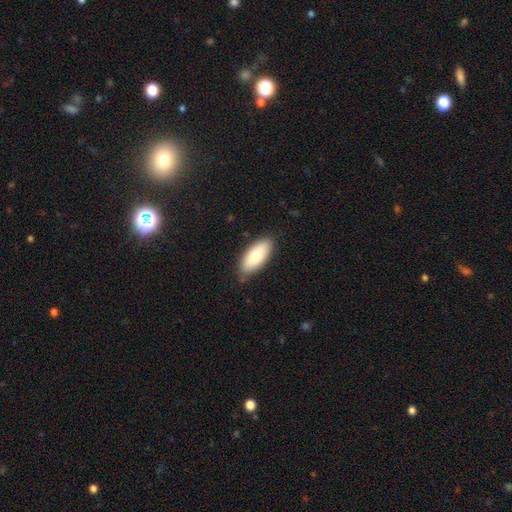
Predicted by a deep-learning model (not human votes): This is likely a smooth galaxy (79%). How rounded: clearly in between (87%). Merging: clearly none (82%).